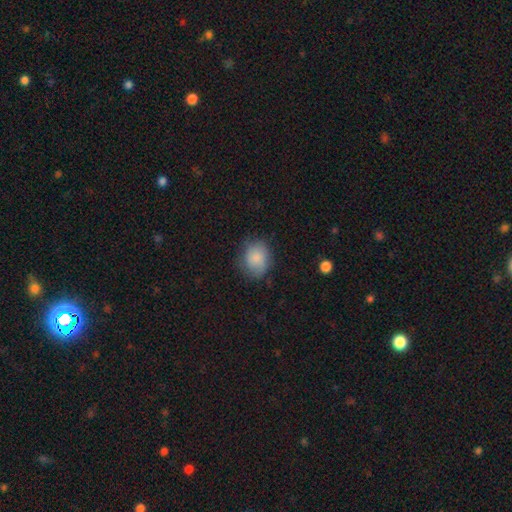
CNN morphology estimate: Smooth or featured? Predicted: smooth (p=0.85). How rounded? Predicted: round (p=0.58). Merging? Predicted: none (p=0.72).